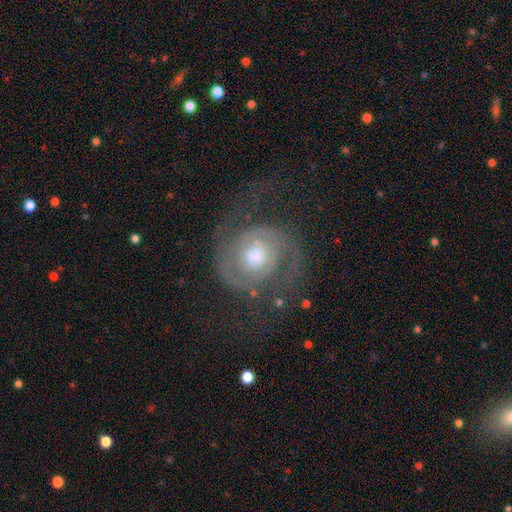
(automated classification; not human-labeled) This is clearly a featured or disk galaxy (82%). It is clearly not viewed edge-on (98%). Bar: likely no (76%). Spiral arm pattern: clearly yes (90%). Spiral arm count: likely 2 (75%). Spiral winding: marginally tight (44%). Central bulge: possibly moderate (52%). Merging: possibly none (60%).